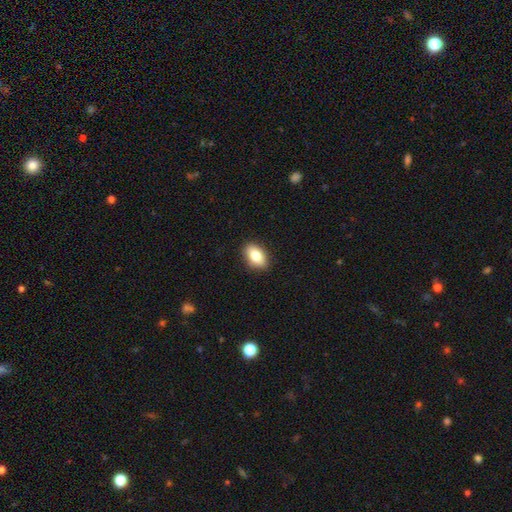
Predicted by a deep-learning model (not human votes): This is clearly a smooth galaxy (82%). How rounded: clearly in between (89%). Merging: clearly none (88%).